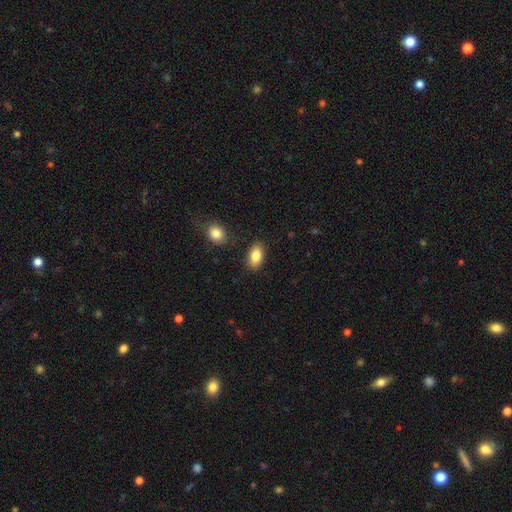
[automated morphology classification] Smooth or featured: smooth — 86% (featured or disk — 7%)
How rounded: in between — 92% (round — 5%)
Merging: none — 85% (minor disturbance — 10%)